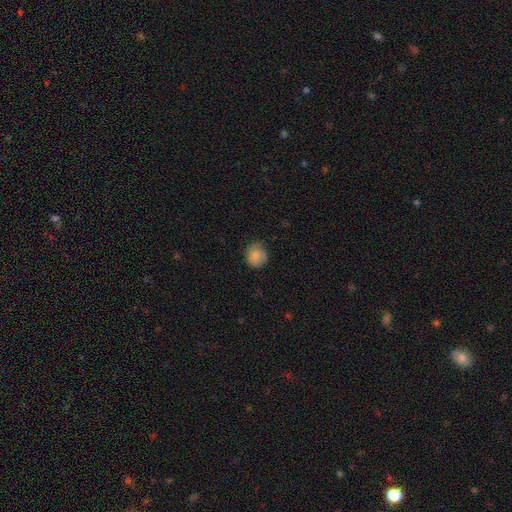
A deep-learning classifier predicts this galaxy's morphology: Smooth or featured? Predicted: smooth (p=0.81). How rounded? Predicted: round (p=0.87). Merging? Predicted: none (p=0.70).